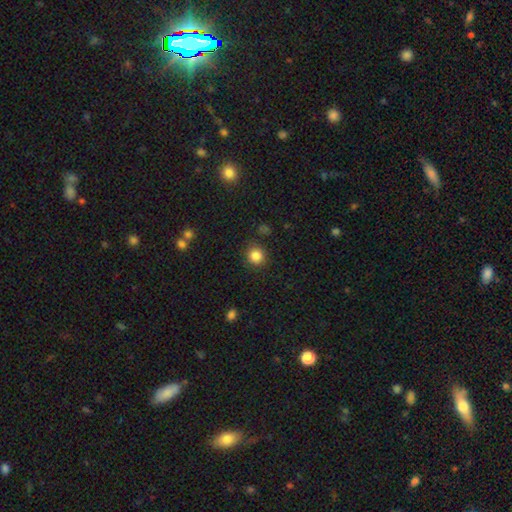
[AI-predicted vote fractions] A smooth galaxy with no disk features (84%) that is round (92%). Merging: none (88%).